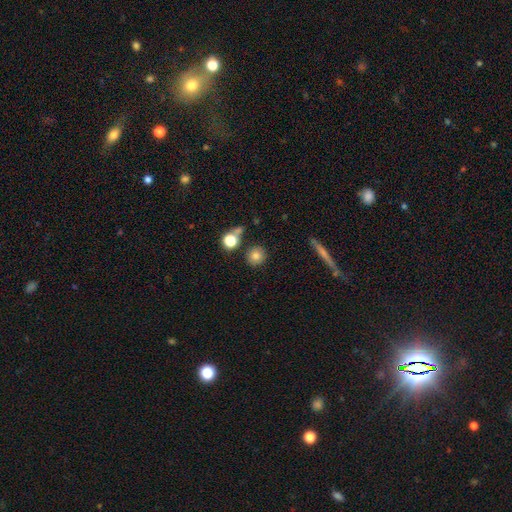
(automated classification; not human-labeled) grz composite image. It shows a smooth galaxy with no disk features (79%) that is round (89%). Merging: none (82%).